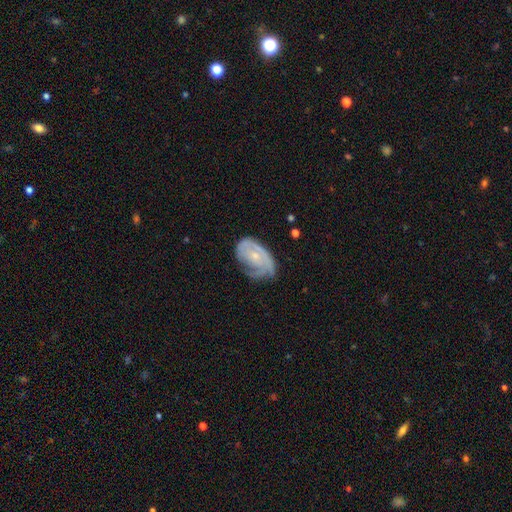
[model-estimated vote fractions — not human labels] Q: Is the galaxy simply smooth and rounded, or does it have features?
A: featured or disk — 72%.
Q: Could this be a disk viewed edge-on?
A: no — 96%.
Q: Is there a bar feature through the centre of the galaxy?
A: no — 73%.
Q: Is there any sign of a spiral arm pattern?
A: yes — 86%.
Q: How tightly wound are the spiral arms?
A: tight — 57%.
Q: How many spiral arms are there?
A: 1 — 30%.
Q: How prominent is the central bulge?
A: small — 70%.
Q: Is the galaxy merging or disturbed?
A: none — 48%.